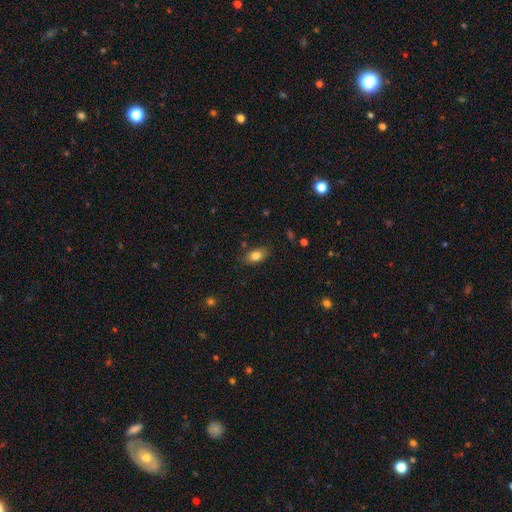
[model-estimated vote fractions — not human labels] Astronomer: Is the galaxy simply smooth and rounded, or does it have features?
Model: smooth — 81%.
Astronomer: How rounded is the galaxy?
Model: in between — 87%.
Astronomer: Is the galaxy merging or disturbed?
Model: none — 81%.